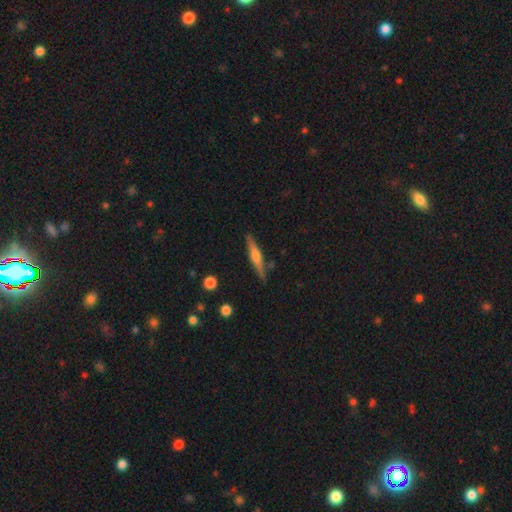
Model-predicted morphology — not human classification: Smooth or featured?
  - featured or disk: 62% *
  - smooth: 32%
  - star or artifact: 6%
Edge-on disk?
  - yes: 97% *
  - no: 3%
Edge-on bulge?
  - rounded: 73% *
  - boxy: 16%
  - none: 10%
Merging?
  - none: 85% *
  - minor disturbance: 10%
  - merger: 2%
  - major disturbance: 2%